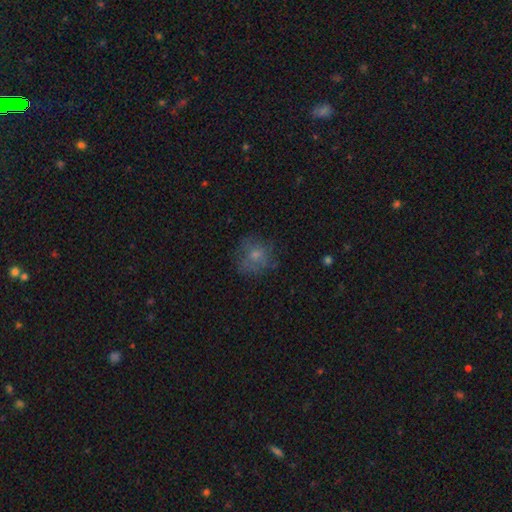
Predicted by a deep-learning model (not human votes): Overall: smooth (64%). How rounded: round (78%). Merging: none (62%).